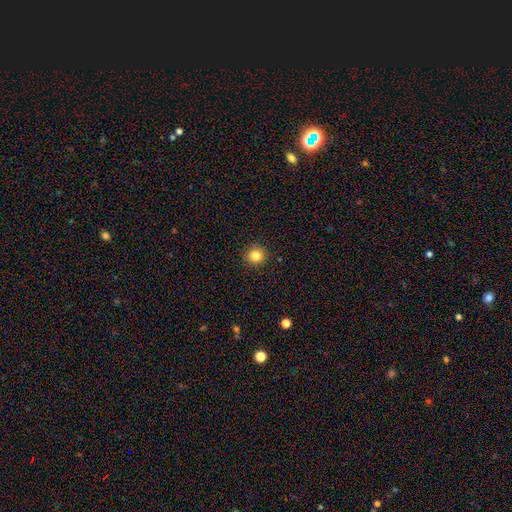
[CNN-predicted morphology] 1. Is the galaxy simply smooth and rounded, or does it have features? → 83% smooth, 12% star or artifact, 6% featured or disk.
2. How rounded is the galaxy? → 94% round, 5% in between, 1% cigar-shaped.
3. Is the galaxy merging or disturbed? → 92% none, 5% minor disturbance, 2% major disturbance, 1% merger.